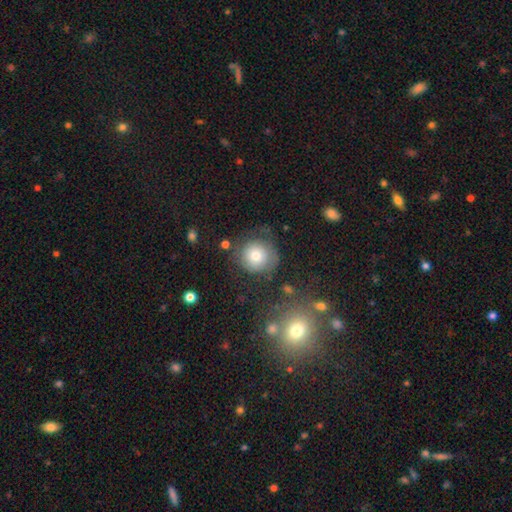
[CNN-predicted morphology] This is likely a smooth galaxy (72%). How rounded: clearly round (90%). Merging: likely none (63%).